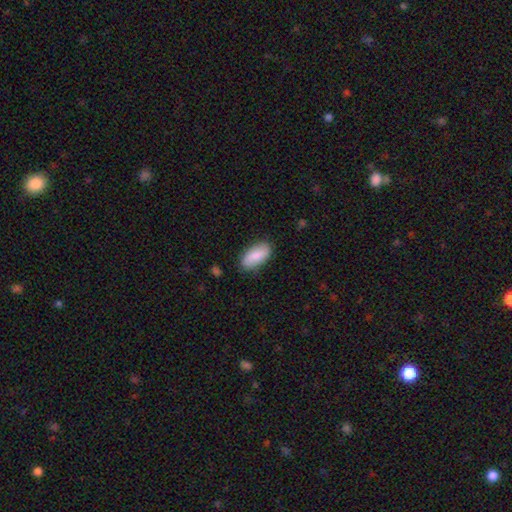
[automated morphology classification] Smooth or featured: smooth — 82% (featured or disk — 12%)
How rounded: in between — 92% (cigar-shaped — 6%)
Merging: none — 82% (minor disturbance — 14%)